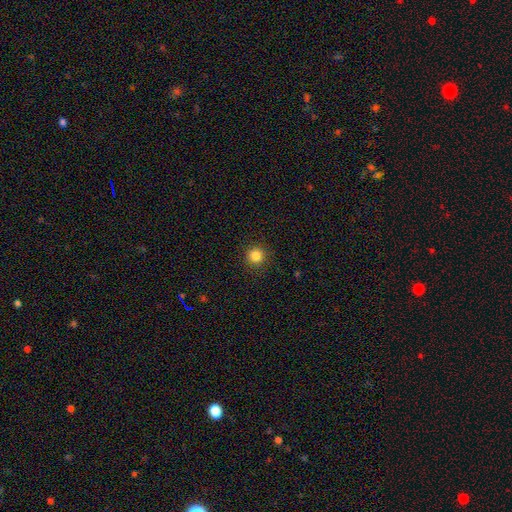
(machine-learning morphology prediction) smooth_or_featured: smooth (p=0.84) [alt: star or artifact p=0.12]
how_rounded: round (p=0.95) [alt: in between p=0.04]
merging: none (p=0.91) [alt: minor disturbance p=0.06]